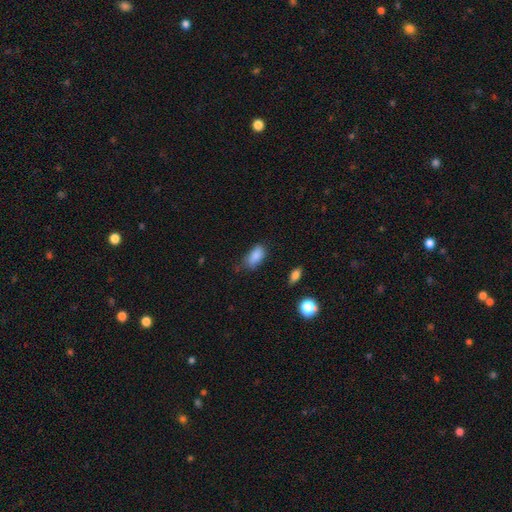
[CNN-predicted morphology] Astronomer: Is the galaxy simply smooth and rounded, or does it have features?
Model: smooth — 87%.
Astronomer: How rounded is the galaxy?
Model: in between — 90%.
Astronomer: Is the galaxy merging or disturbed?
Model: none — 68%.